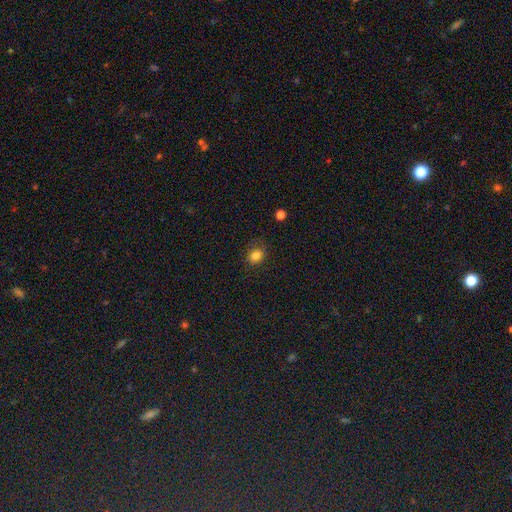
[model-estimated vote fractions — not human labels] smooth_or_featured: smooth (p=0.83) [alt: star or artifact p=0.12]
how_rounded: round (p=0.52) [alt: in between p=0.47]
merging: none (p=0.78) [alt: minor disturbance p=0.16]